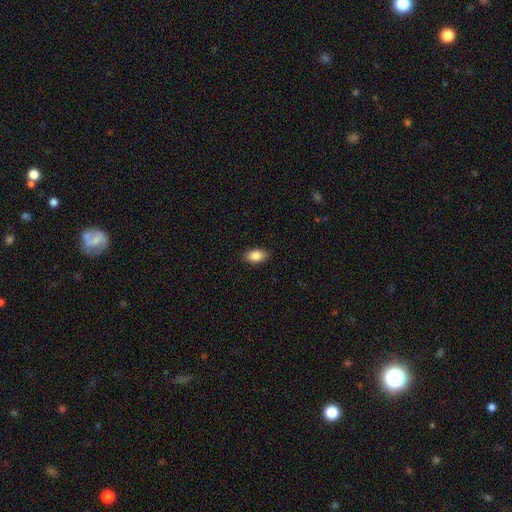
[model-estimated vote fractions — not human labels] Smooth or featured? smooth (88%)
How rounded? in between (89%)
Merging? none (87%)